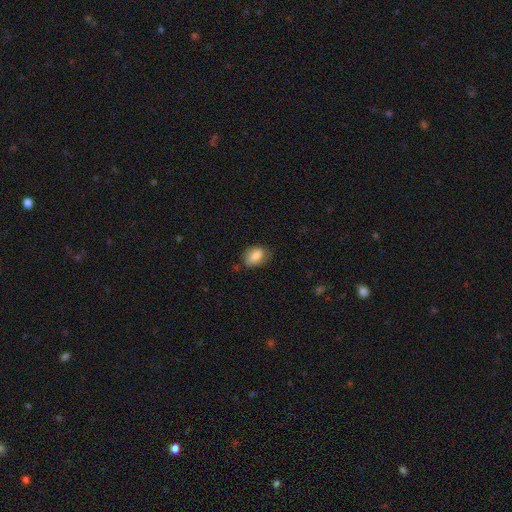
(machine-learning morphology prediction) Smooth or featured?
  - smooth: 83% *
  - featured or disk: 9%
  - star or artifact: 7%
How rounded?
  - in between: 82% *
  - round: 17%
  - cigar-shaped: 1%
Merging?
  - none: 67% *
  - minor disturbance: 25%
  - major disturbance: 6%
  - merger: 2%